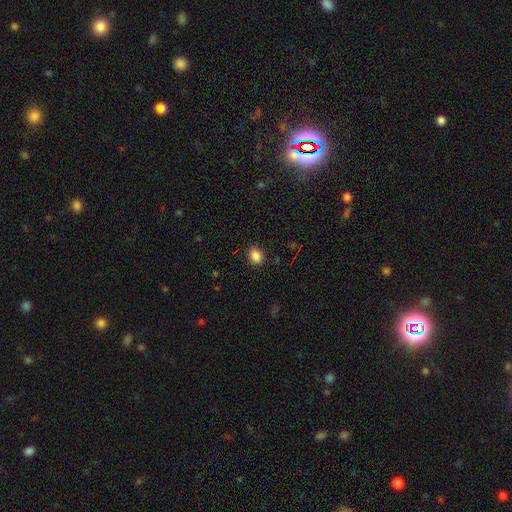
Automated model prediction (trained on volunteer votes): smooth_or_featured: smooth (p=0.87) [alt: star or artifact p=0.10]
how_rounded: round (p=0.55) [alt: in between p=0.44]
merging: none (p=0.89) [alt: minor disturbance p=0.08]